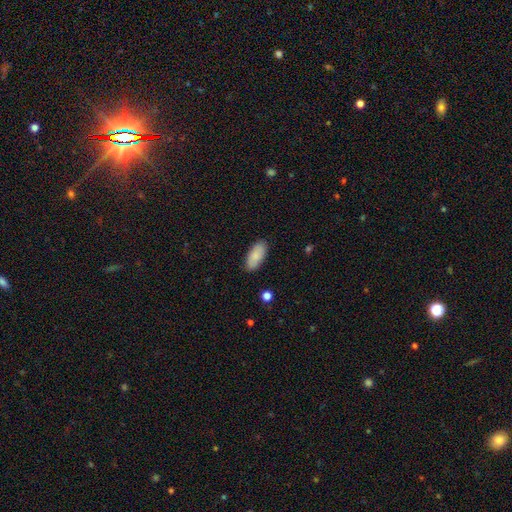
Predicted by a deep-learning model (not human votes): Smooth or featured: smooth — 85% (featured or disk — 9%)
How rounded: in between — 89% (cigar-shaped — 9%)
Merging: none — 87% (minor disturbance — 10%)